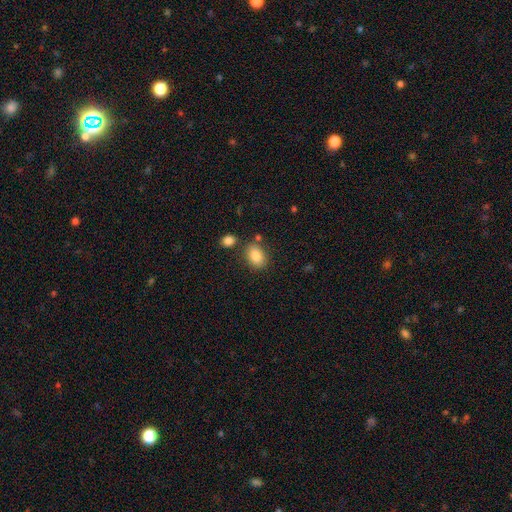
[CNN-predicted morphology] smooth 86%, star or artifact 8%, featured or disk 6%. Down the decision tree: how rounded — in between (80%); merging — none (76%).